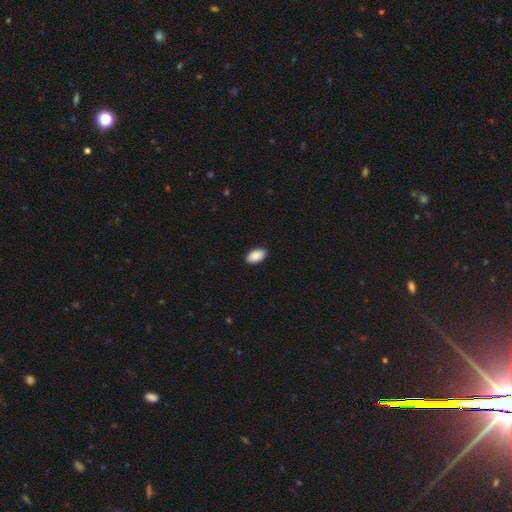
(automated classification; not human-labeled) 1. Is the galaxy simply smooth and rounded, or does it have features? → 91% smooth, 6% star or artifact, 3% featured or disk.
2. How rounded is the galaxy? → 95% in between, 4% round, 1% cigar-shaped.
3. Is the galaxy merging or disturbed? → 90% none, 7% minor disturbance, 2% major disturbance, 1% merger.